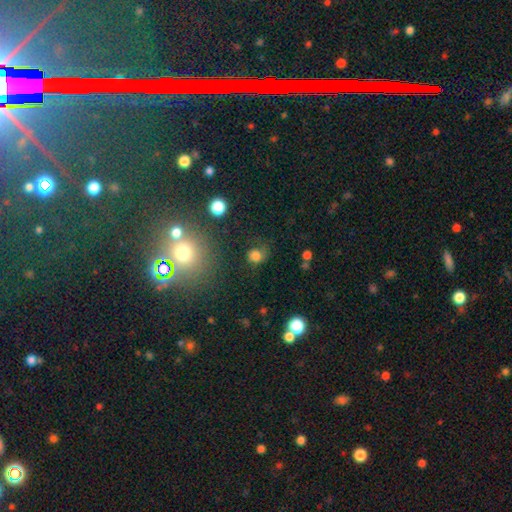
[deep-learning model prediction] Overall: smooth (73%). How rounded: round (75%). Merging: none (54%; minor disturbance 23%).